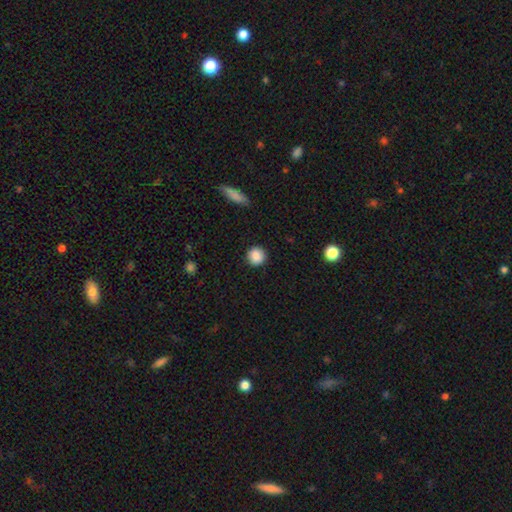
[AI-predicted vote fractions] smooth 87%, star or artifact 8%, featured or disk 4%. Down the decision tree: how rounded — round (92%); merging — none (90%).